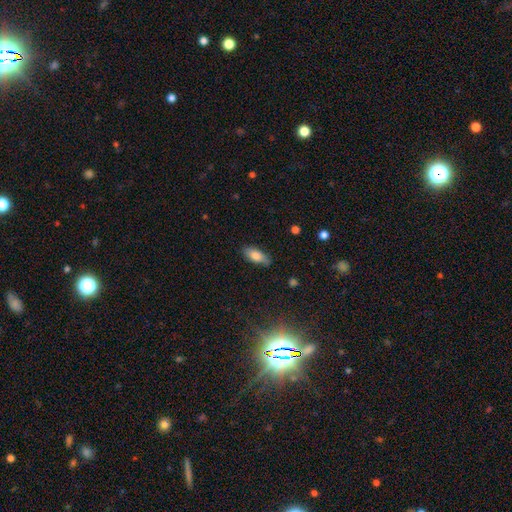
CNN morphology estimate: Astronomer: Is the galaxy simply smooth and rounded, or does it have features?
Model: smooth — 80%.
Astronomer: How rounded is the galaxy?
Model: in between — 81%.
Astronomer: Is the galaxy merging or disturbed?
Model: none — 79%.